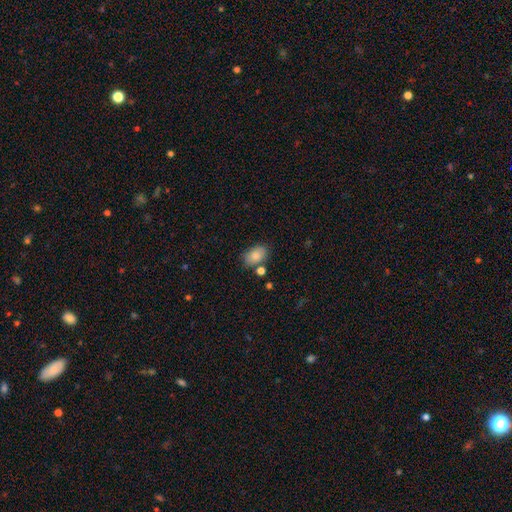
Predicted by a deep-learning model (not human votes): Smooth or featured?
  - smooth: 83% *
  - featured or disk: 9%
  - star or artifact: 8%
How rounded?
  - in between: 86% *
  - round: 13%
  - cigar-shaped: 1%
Merging?
  - none: 72% *
  - minor disturbance: 15%
  - merger: 9%
  - major disturbance: 4%